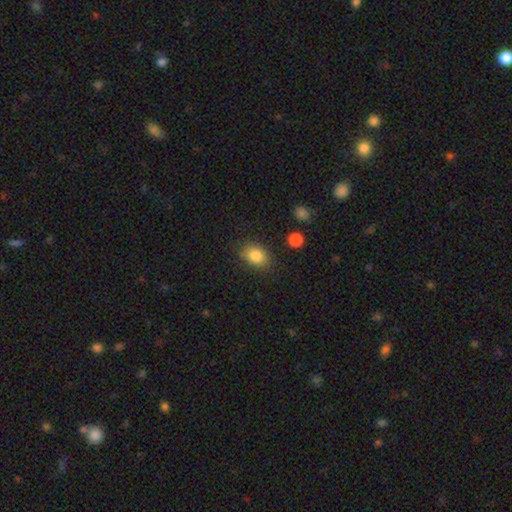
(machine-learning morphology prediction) A smooth galaxy with no disk features (84%) that is in between round and cigar-shaped (71%). Merging: none (79%).